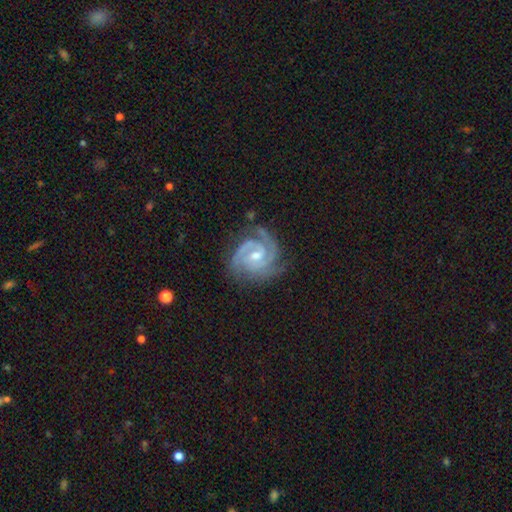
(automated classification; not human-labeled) smooth-or-featured: featured or disk: 92% | star or artifact: 4% | smooth: 4%
  disk-edge-on: no: 98% | yes: 2%
    bar: weak: 46% | no: 39% | strong: 15%
    has-spiral-arms: yes: 99% | no: 1%
      spiral-winding: tight: 69% | medium: 28% | loose: 3%
      spiral-arm-count: 3: 46% | 2: 35% | 4: 6% | can't tell: 6% | 1: 3% | more than 4: 3%
    bulge-size: moderate: 52% | small: 44% | none: 2% | large: 2% | dominant: 1%
  merging: none: 75% | minor disturbance: 18% | major disturbance: 5% | merger: 2%